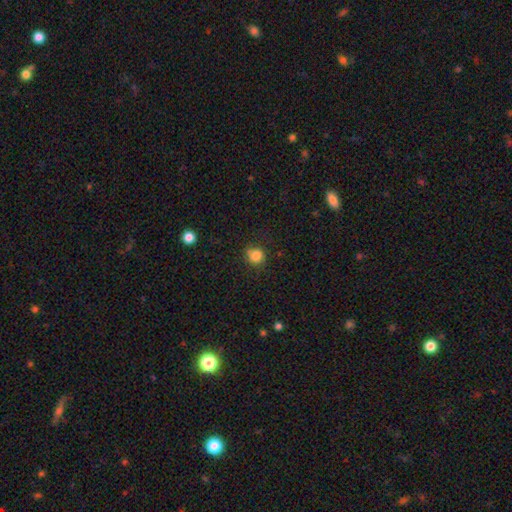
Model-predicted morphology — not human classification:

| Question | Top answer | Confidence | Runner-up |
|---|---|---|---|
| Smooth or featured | smooth | 83% | star or artifact (12%) |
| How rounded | round | 78% | in between (21%) |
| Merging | none | 66% | minor disturbance (23%) |